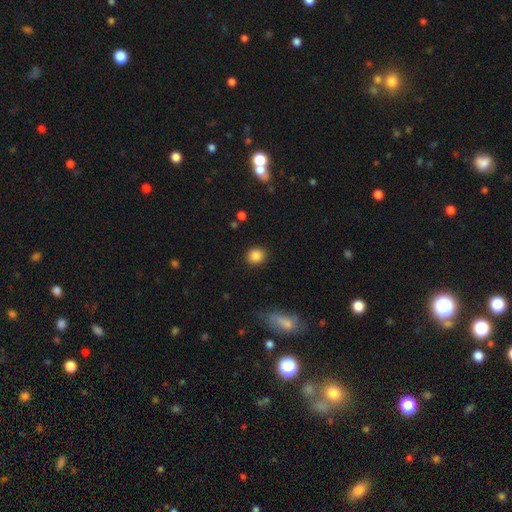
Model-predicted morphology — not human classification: smooth-or-featured: smooth: 86% | star or artifact: 10% | featured or disk: 5%
  how-rounded: round: 84% | in between: 15% | cigar-shaped: 1%
  merging: none: 90% | minor disturbance: 6% | major disturbance: 2% | merger: 1%